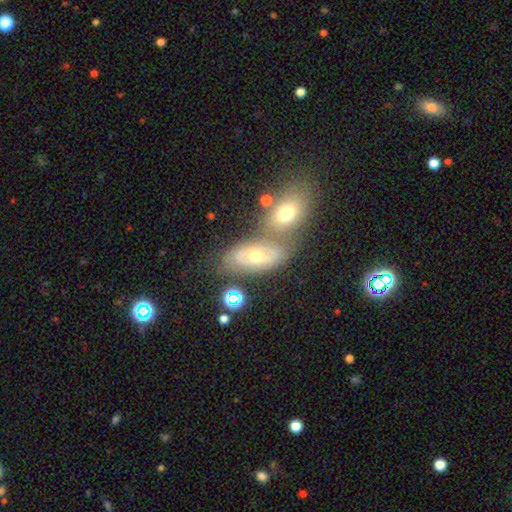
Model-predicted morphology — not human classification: Smooth or featured?
  - featured or disk: 57% *
  - smooth: 31%
  - star or artifact: 12%
Edge-on disk?
  - no: 89% *
  - yes: 11%
Bar?
  - no: 67% *
  - weak: 25%
  - strong: 9%
Spiral arms?
  - yes: 62% *
  - no: 38%
Bulge size?
  - moderate: 66% *
  - small: 27%
  - large: 4%
  - none: 1%
  - dominant: 1%
Merging?
  - none: 47% *
  - merger: 33%
  - minor disturbance: 13%
  - major disturbance: 6%